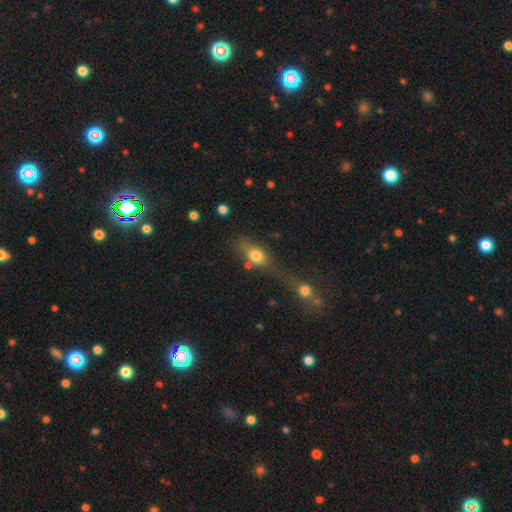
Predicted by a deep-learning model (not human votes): Smooth or featured? Predicted: smooth (p=0.76). How rounded? Predicted: in between (p=0.65). Merging? Predicted: merger (p=0.37).